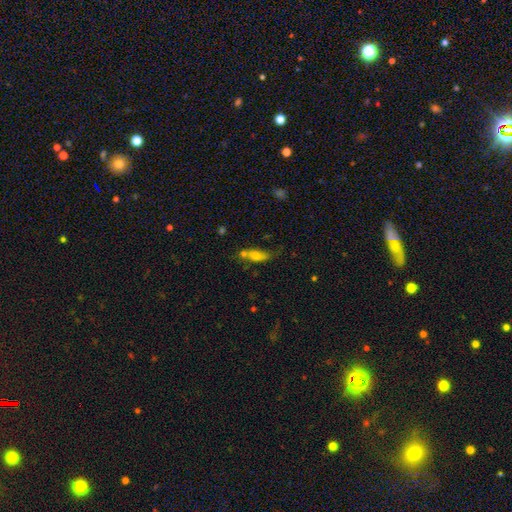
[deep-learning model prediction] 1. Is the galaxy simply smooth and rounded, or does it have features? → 65% smooth, 23% featured or disk, 12% star or artifact.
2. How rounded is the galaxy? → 69% in between, 24% cigar-shaped, 6% round.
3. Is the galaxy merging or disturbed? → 43% none, 27% merger, 20% minor disturbance, 10% major disturbance.